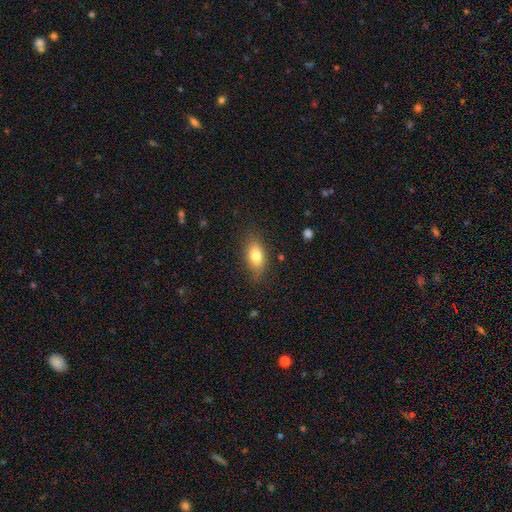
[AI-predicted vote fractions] The model was most divided on "smooth or featured": smooth: 78%, featured or disk: 14%, star or artifact: 8%. More confident: how rounded — in between (86%); merging — none (81%).